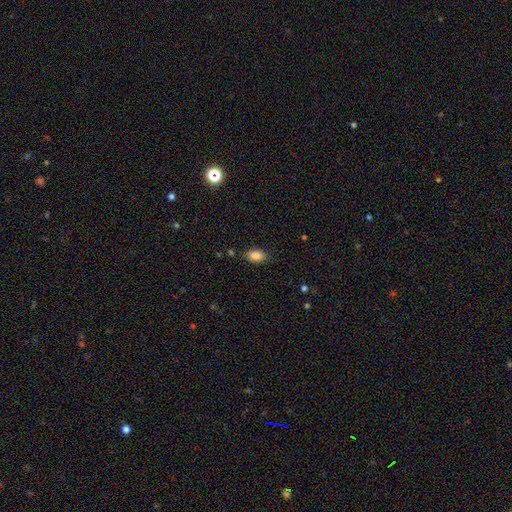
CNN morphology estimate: Q: Smooth or featured?
A: smooth (86%); runner-up: star or artifact (9%)
Q: How rounded?
A: in between (89%); runner-up: round (9%)
Q: Merging?
A: none (82%); runner-up: minor disturbance (13%)